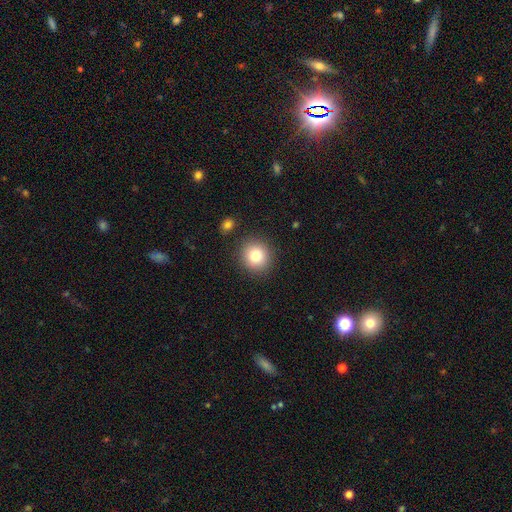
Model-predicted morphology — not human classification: Smooth or featured? Predicted: smooth (p=0.81). How rounded? Predicted: round (p=0.90). Merging? Predicted: none (p=0.88).